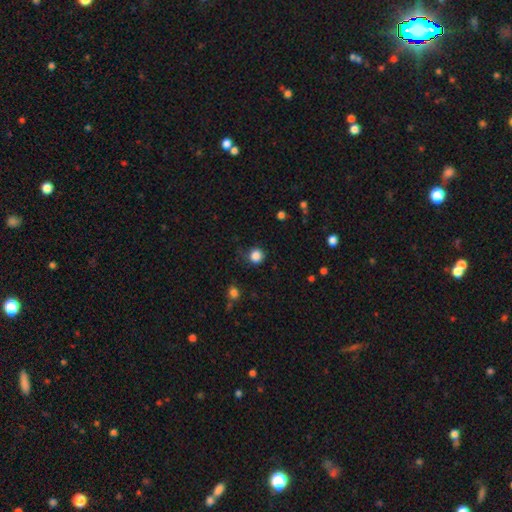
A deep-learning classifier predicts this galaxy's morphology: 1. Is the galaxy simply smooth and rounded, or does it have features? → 85% smooth, 11% star or artifact, 4% featured or disk.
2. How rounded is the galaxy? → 92% round, 7% in between, 1% cigar-shaped.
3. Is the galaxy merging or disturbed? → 78% none, 16% minor disturbance, 5% major disturbance, 2% merger.